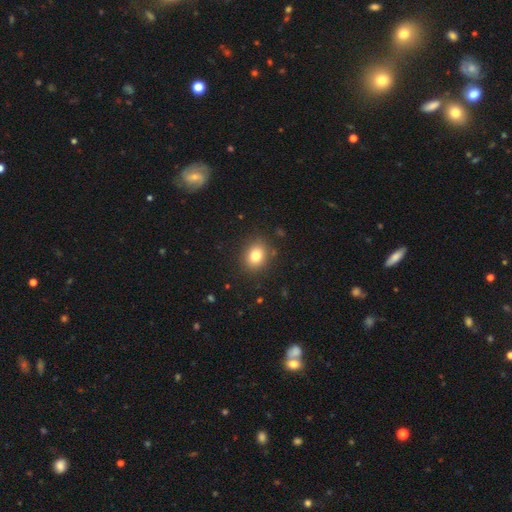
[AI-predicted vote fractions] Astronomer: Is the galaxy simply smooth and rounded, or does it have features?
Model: smooth — 80%.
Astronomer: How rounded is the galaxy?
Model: round — 60% (runner-up: in between, 39%).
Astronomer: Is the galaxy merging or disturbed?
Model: none — 87%.